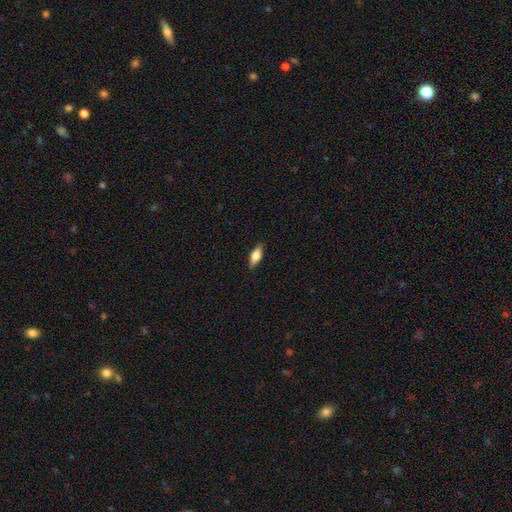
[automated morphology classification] Overall: smooth (68%). How rounded: in between (71%). Merging: none (87%).